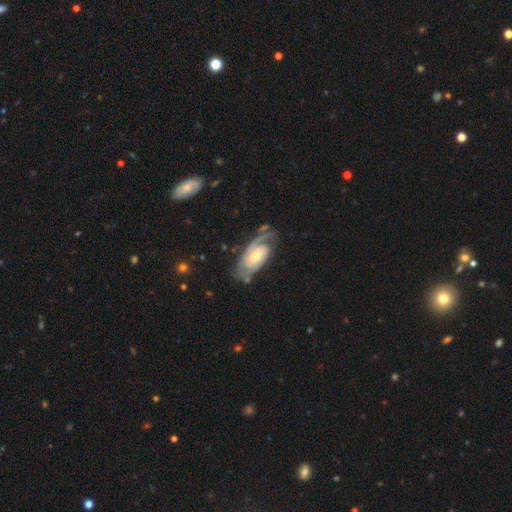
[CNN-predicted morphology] Q: Smooth or featured?
A: featured or disk (80%); runner-up: smooth (15%)
Q: Edge-on disk?
A: no (94%); runner-up: yes (6%)
Q: Bar?
A: no (59%); runner-up: weak (32%)
Q: Spiral arms?
A: yes (93%); runner-up: no (7%)
Q: Spiral winding?
A: tight (51%); runner-up: medium (35%)
Q: Spiral arm count?
A: 2 (42%); runner-up: 1 (35%)
Q: Bulge size?
A: moderate (56%); runner-up: small (37%)
Q: Merging?
A: none (56%); runner-up: minor disturbance (23%)